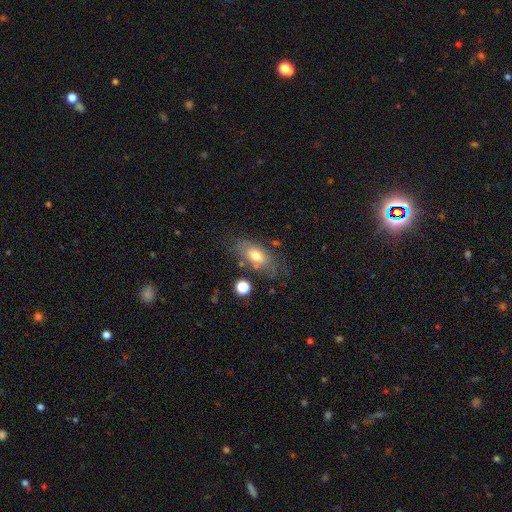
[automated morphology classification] A smooth galaxy with no disk features (63%) that is in between round and cigar-shaped (85%). Merging: none (63%).